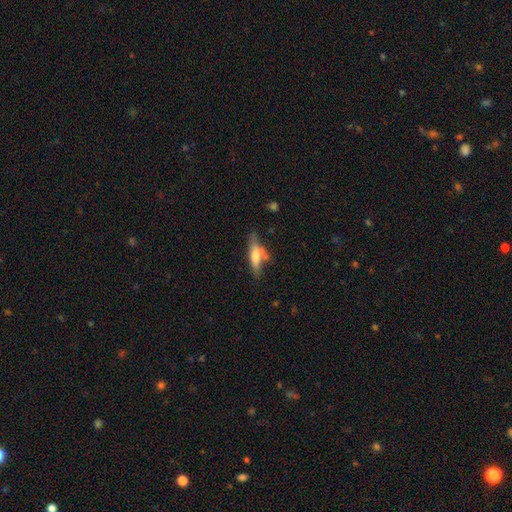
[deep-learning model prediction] Smooth or featured?
  - smooth: 51% *
  - featured or disk: 42%
  - star or artifact: 8%
How rounded?
  - cigar-shaped: 56% *
  - in between: 41%
  - round: 3%
Merging?
  - none: 48% *
  - minor disturbance: 23%
  - merger: 17%
  - major disturbance: 12%